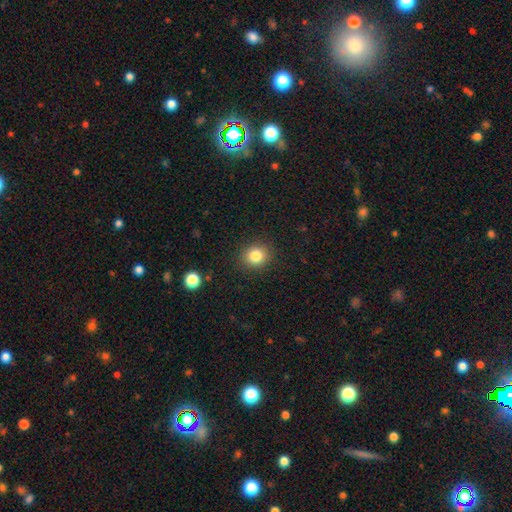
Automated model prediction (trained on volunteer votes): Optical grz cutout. It shows a smooth galaxy with no disk features (83%) that is round (81%). Merging: none (90%).